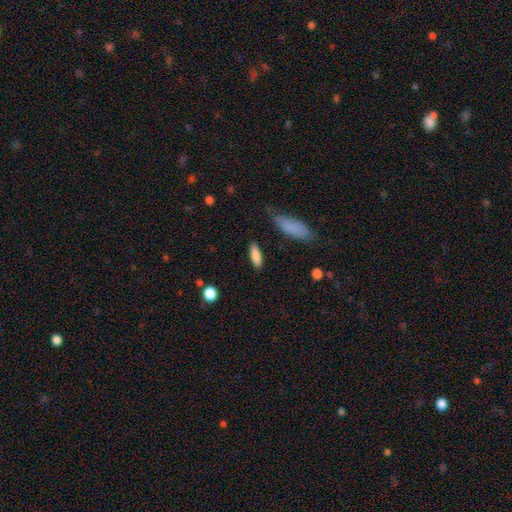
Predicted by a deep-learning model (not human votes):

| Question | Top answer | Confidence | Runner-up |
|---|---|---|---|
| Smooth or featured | smooth | 83% | featured or disk (11%) |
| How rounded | in between | 54% | cigar-shaped (44%) |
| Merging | none | 85% | minor disturbance (10%) |